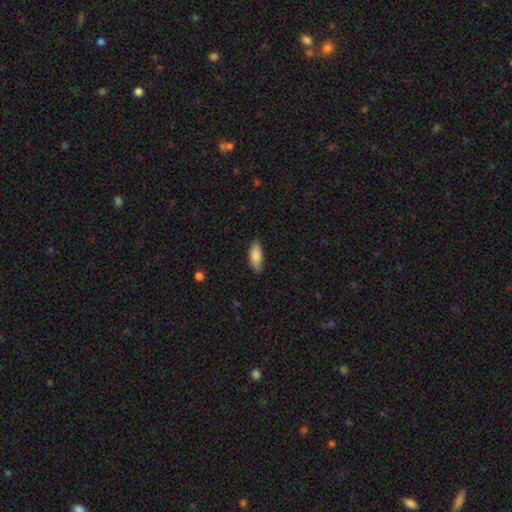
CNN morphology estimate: This is clearly a smooth galaxy (85%). How rounded: likely in between (79%). Merging: clearly none (84%).